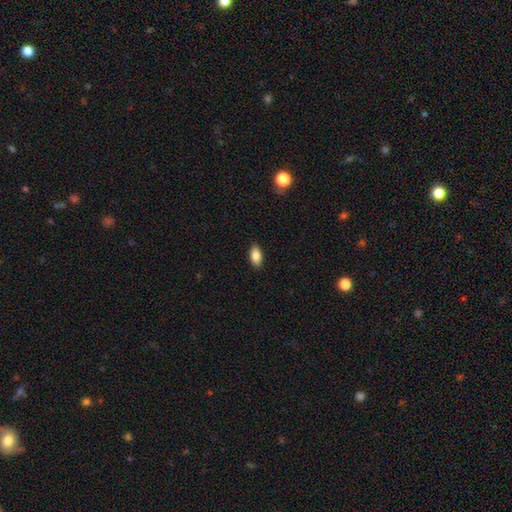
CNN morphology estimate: The model was most divided on "smooth or featured": smooth: 85%, star or artifact: 8%, featured or disk: 7%. More confident: how rounded — in between (92%); merging — none (89%).